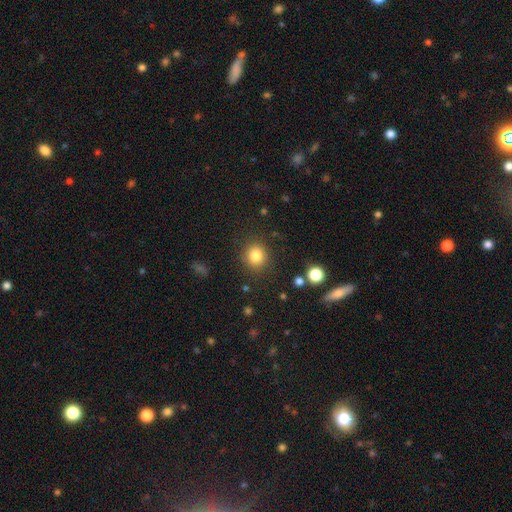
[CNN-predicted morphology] Smooth or featured?
  - smooth: 82% *
  - star or artifact: 11%
  - featured or disk: 6%
How rounded?
  - round: 84% *
  - in between: 15%
  - cigar-shaped: 1%
Merging?
  - none: 86% *
  - minor disturbance: 8%
  - major disturbance: 3%
  - merger: 2%